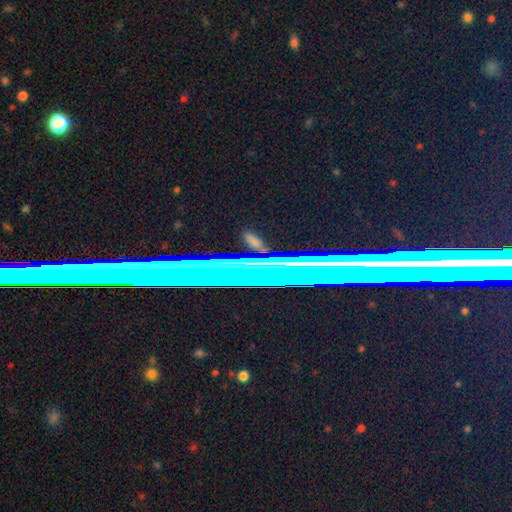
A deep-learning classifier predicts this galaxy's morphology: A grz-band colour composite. It shows a star or artifact, not a galaxy (54%).